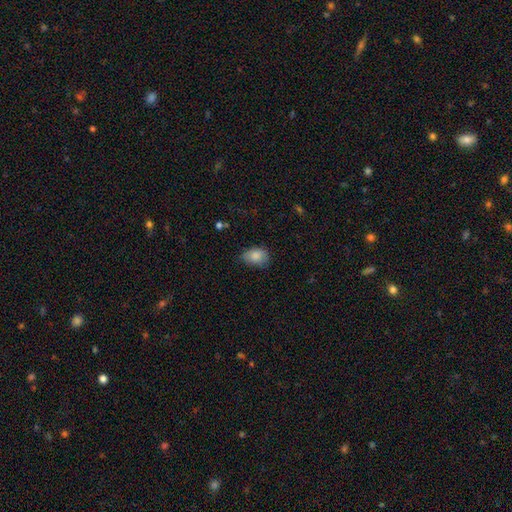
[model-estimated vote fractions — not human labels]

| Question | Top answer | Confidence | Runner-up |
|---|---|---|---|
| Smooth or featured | smooth | 85% | star or artifact (7%) |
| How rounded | in between | 79% | round (20%) |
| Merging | none | 61% | minor disturbance (31%) |